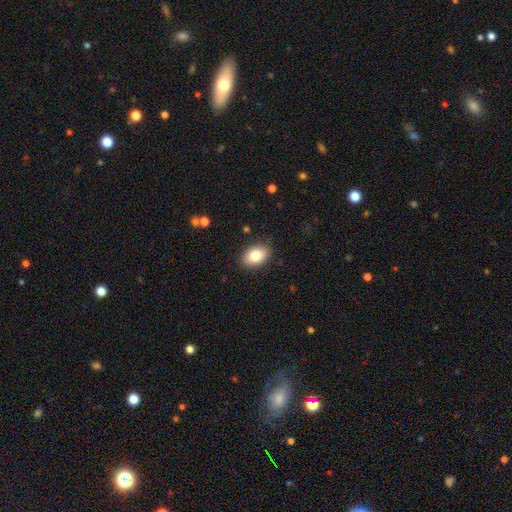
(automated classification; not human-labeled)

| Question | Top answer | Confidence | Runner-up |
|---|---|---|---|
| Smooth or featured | smooth | 83% | featured or disk (10%) |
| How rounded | in between | 86% | round (13%) |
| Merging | none | 86% | minor disturbance (10%) |